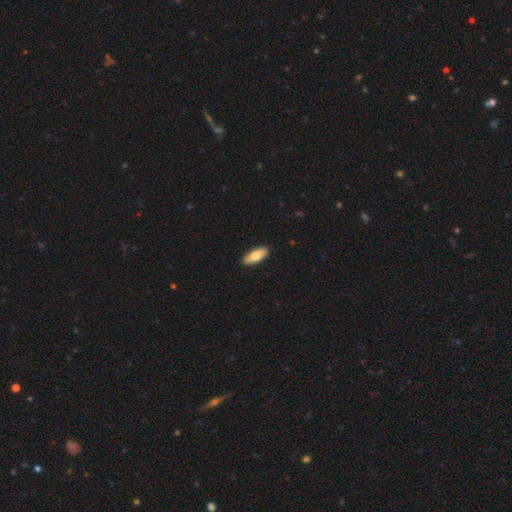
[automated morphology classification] Smooth or featured? smooth (74%)
How rounded? in between (74%)
Merging? none (90%)